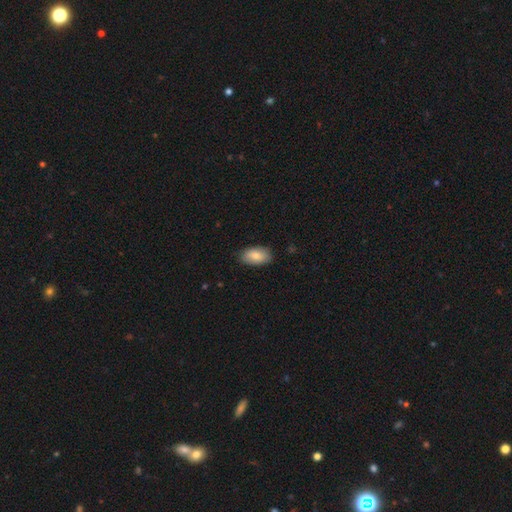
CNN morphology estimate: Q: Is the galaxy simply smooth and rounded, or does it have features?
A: smooth — 85%.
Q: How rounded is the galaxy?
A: in between — 94%.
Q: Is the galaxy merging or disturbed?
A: none — 84%.